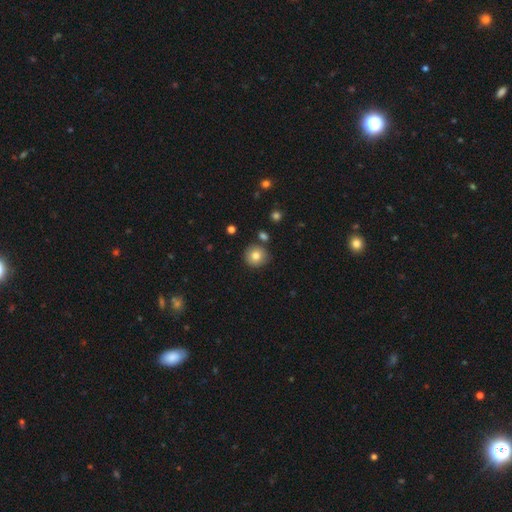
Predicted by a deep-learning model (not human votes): This appears to be a smooth galaxy with no disk features (80%) that is round (92%). Merging: none (81%).